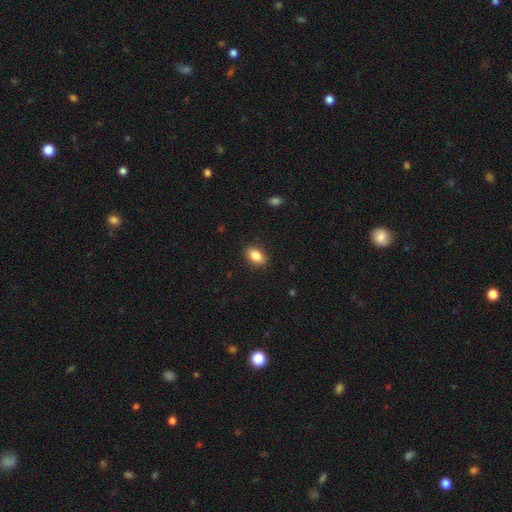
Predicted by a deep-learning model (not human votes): A smooth galaxy with no disk features (85%) that is in between round and cigar-shaped (87%). Merging: none (88%).